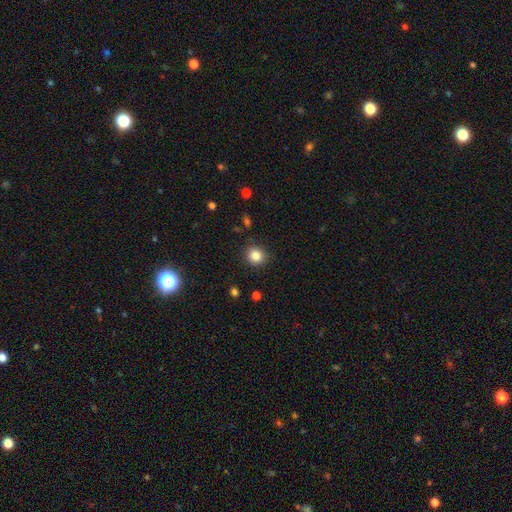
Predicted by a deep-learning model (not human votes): This is clearly a smooth galaxy (83%). How rounded: clearly round (84%). Merging: clearly none (89%).